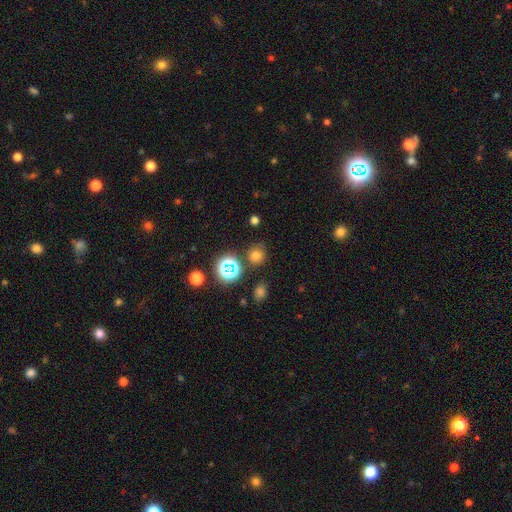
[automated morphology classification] A smooth galaxy with no disk features (69%) that is round (88%). Merging: none (79%).